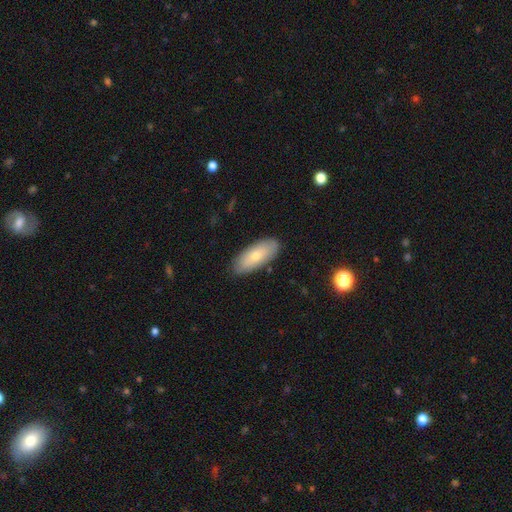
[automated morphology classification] smooth-or-featured: smooth: 70% | featured or disk: 24% | star or artifact: 6%
  how-rounded: in between: 84% | cigar-shaped: 14% | round: 2%
  merging: none: 86% | minor disturbance: 11% | major disturbance: 2% | merger: 1%